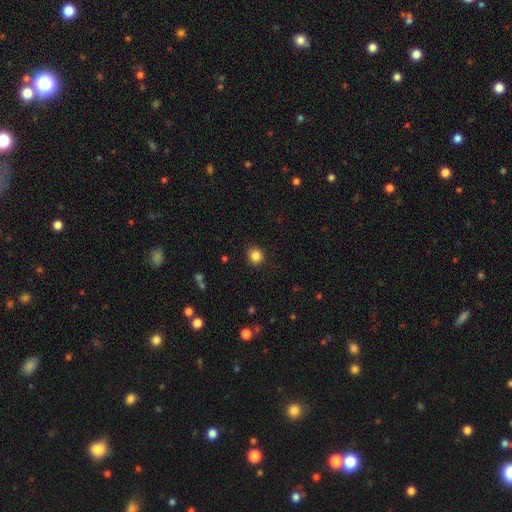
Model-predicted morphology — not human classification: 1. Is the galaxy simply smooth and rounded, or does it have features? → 85% smooth, 11% star or artifact, 4% featured or disk.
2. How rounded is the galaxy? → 89% round, 10% in between, 1% cigar-shaped.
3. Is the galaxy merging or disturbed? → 91% none, 6% minor disturbance, 2% major disturbance, 1% merger.